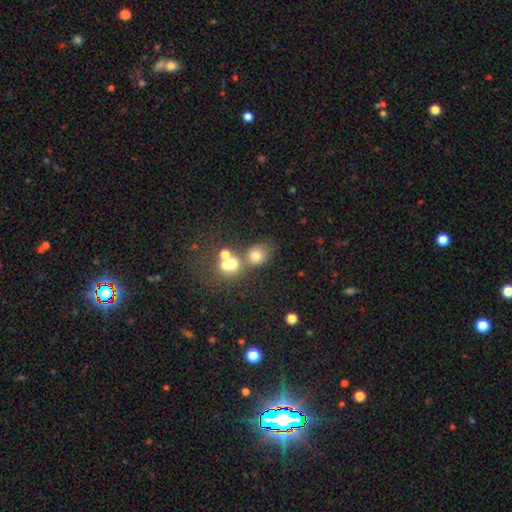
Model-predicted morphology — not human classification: smooth_or_featured: smooth (p=0.69) [alt: star or artifact p=0.17]
how_rounded: round (p=0.68) [alt: in between p=0.31]
merging: none (p=0.43) [alt: merger p=0.38]